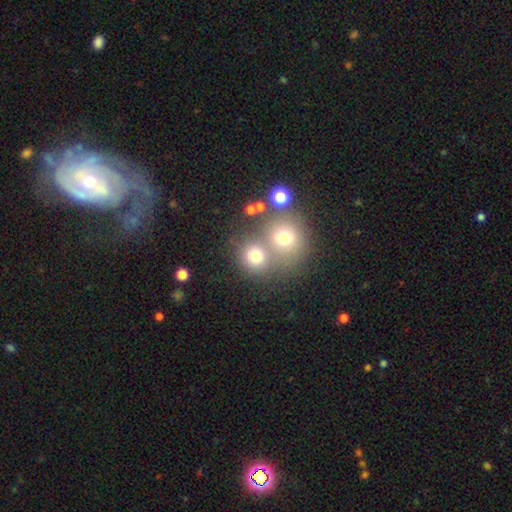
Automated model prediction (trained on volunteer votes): This appears to be a smooth galaxy with no disk features (73%) that is round (85%). Merging: merger (45%).